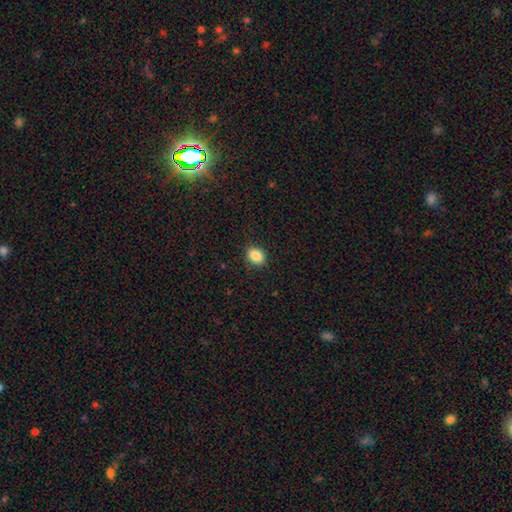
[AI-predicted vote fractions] smooth_or_featured: smooth (p=0.86) [alt: star or artifact p=0.09]
how_rounded: in between (p=0.58) [alt: round p=0.41]
merging: none (p=0.87) [alt: minor disturbance p=0.09]